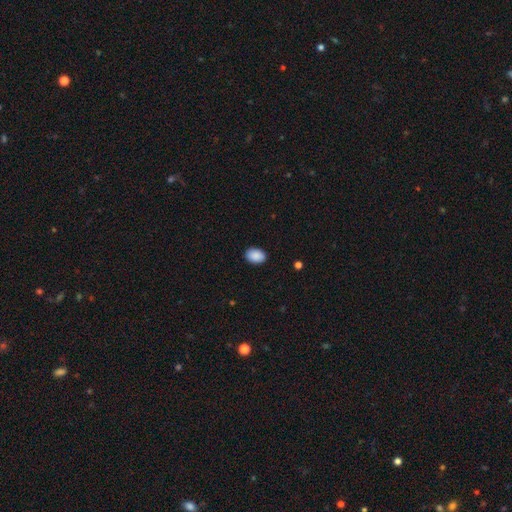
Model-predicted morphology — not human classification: A smooth galaxy with no disk features (91%) that is in between round and cigar-shaped (82%).

Vote fractions:
- Smooth or featured? smooth: 91% / star or artifact: 7% / featured or disk: 3%
- How rounded? in between: 82% / round: 17% / cigar-shaped: 1%
- Merging? none: 89% / minor disturbance: 8% / major disturbance: 2% / merger: 1%